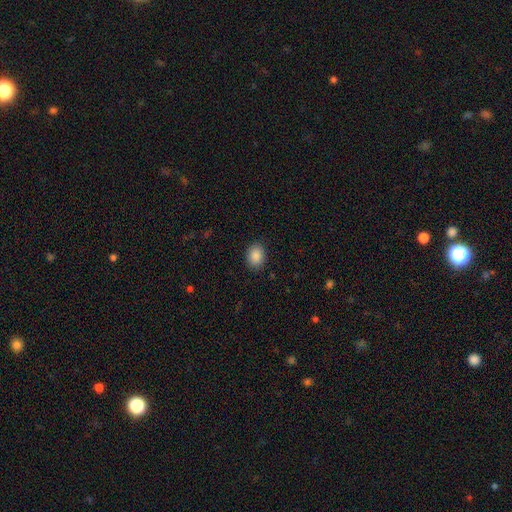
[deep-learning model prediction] A smooth galaxy with no disk features (88%) that is in between round and cigar-shaped (59%).

Vote fractions:
- Smooth or featured? smooth: 88% / star or artifact: 8% / featured or disk: 4%
- How rounded? in between: 59% / round: 40% / cigar-shaped: 1%
- Merging? none: 89% / minor disturbance: 8% / major disturbance: 2% / merger: 1%